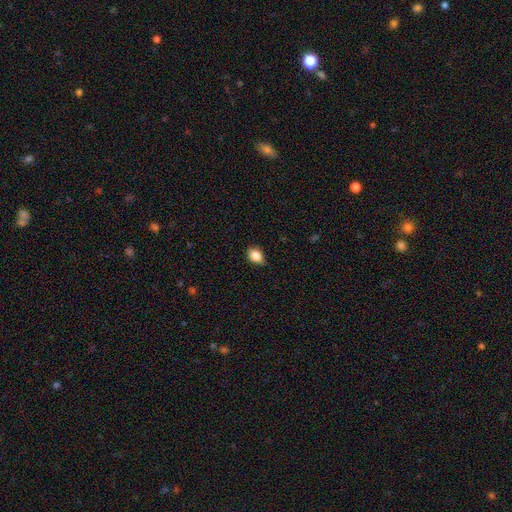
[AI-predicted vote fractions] The model was most divided on "merging": none: 80%, minor disturbance: 17%, major disturbance: 2%, merger: 1%. More confident: smooth or featured — smooth (85%); how rounded — in between (83%).